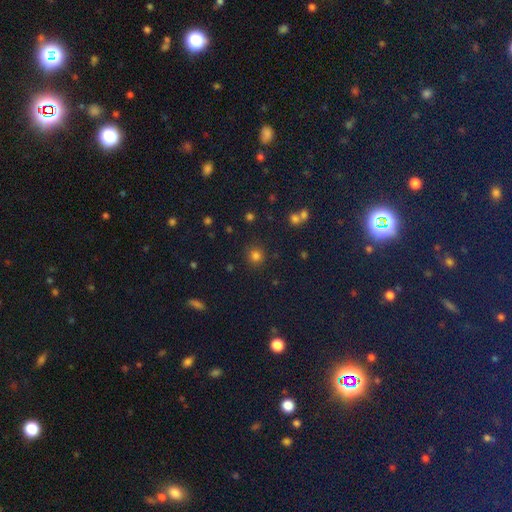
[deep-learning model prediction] A smooth galaxy with no disk features (78%) that is round (91%).

Vote fractions:
- Smooth or featured? smooth: 78% / star or artifact: 17% / featured or disk: 5%
- How rounded? round: 91% / in between: 8% / cigar-shaped: 1%
- Merging? none: 86% / minor disturbance: 8% / merger: 3% / major disturbance: 3%